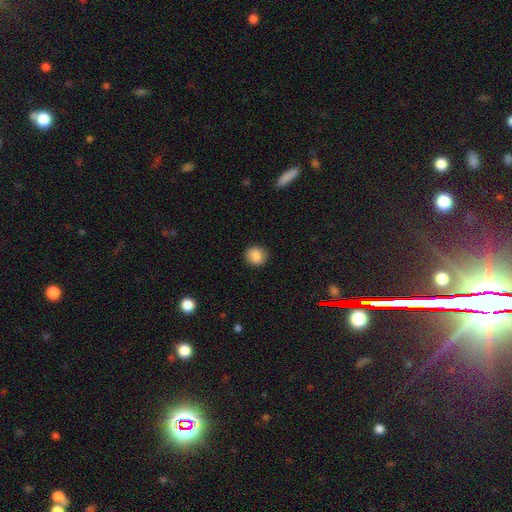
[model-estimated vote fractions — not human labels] smooth-or-featured: smooth: 87% | star or artifact: 8% | featured or disk: 4%
  how-rounded: round: 82% | in between: 17% | cigar-shaped: 1%
  merging: none: 87% | minor disturbance: 9% | major disturbance: 2% | merger: 1%